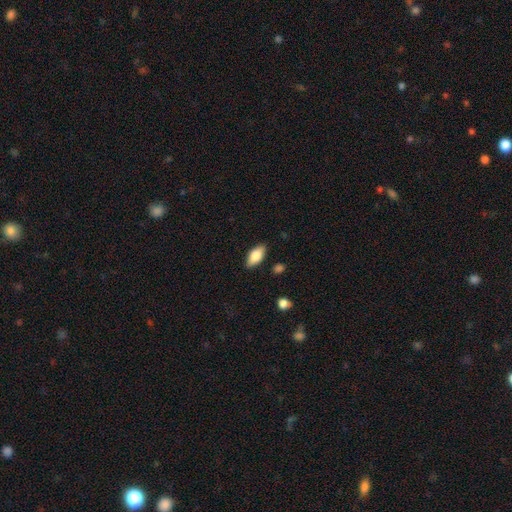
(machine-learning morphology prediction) Smooth or featured? smooth (79%)
How rounded? in between (88%)
Merging? none (86%)